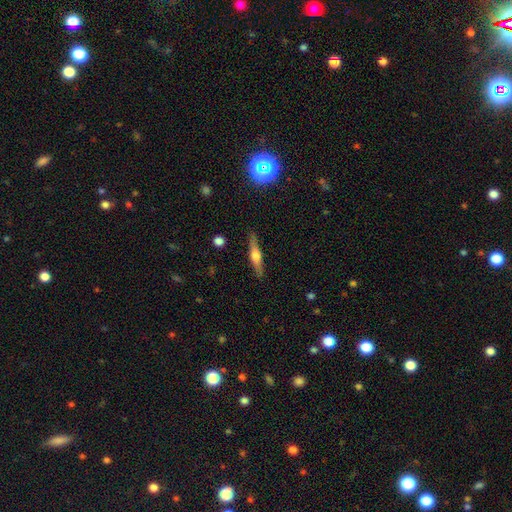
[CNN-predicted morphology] This is likely a featured or disk galaxy (62%). It is clearly viewed edge-on (96%). Edge-on bulge: clearly rounded (88%). Merging: clearly none (88%).